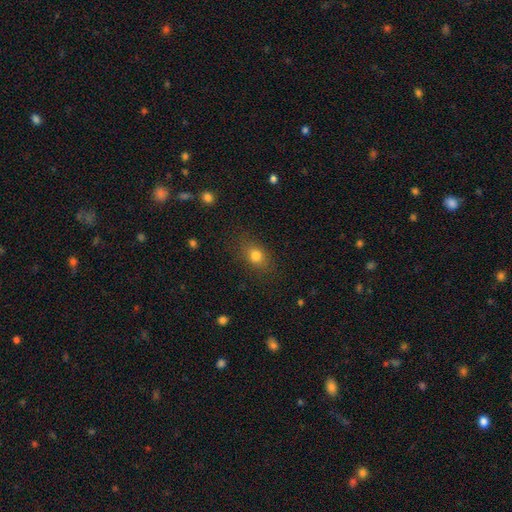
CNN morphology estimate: Smooth or featured? Predicted: smooth (p=0.79). How rounded? Predicted: in between (p=0.61). Merging? Predicted: none (p=0.80).